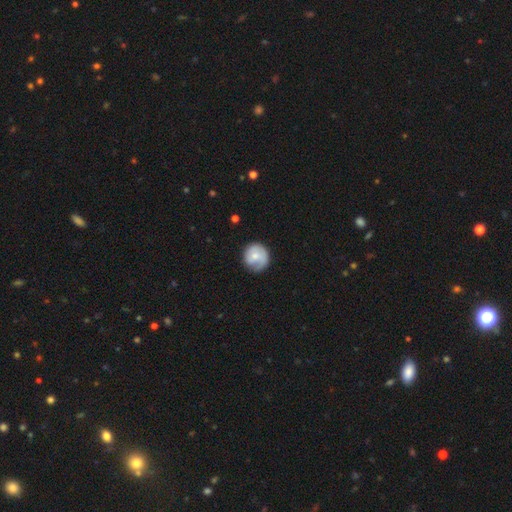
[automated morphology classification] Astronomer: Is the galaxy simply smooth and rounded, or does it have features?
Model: smooth — 57% (runner-up: featured or disk, 36%).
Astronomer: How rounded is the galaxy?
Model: round — 87%.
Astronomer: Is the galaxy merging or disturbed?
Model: none — 64%.